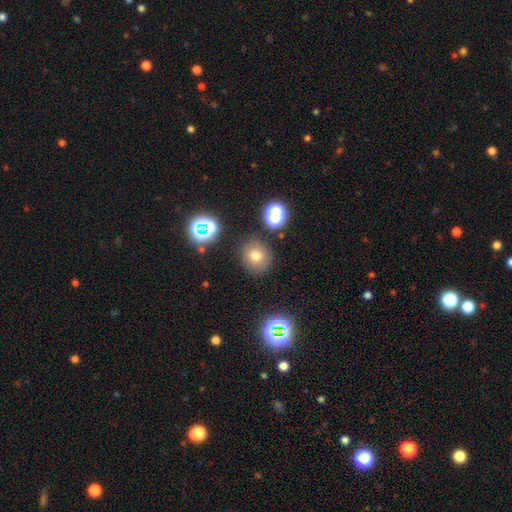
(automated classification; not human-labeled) The model was most divided on "smooth or featured": smooth: 71%, star or artifact: 18%, featured or disk: 11%. More confident: merging — none (84%); how rounded — round (84%).